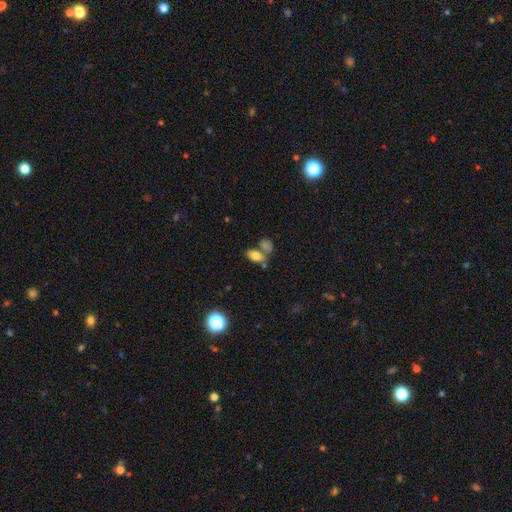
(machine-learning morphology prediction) A smooth galaxy with no disk features (74%) that is in between round and cigar-shaped (88%).

Vote fractions:
- Smooth or featured? smooth: 74% / featured or disk: 15% / star or artifact: 11%
- How rounded? in between: 88% / round: 8% / cigar-shaped: 4%
- Merging? none: 49% / merger: 32% / minor disturbance: 13% / major disturbance: 6%